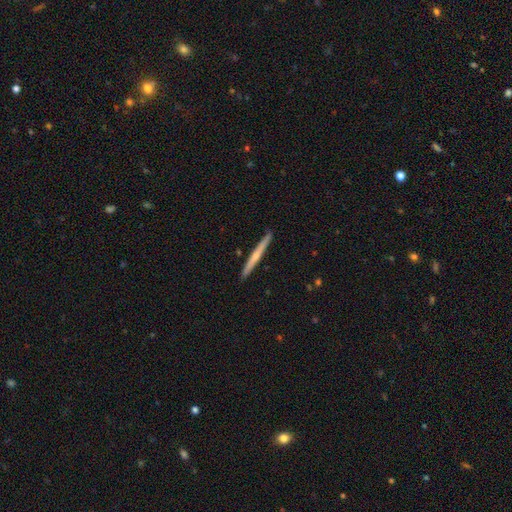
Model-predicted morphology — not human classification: This is possibly a featured or disk galaxy (57%). It is clearly viewed edge-on (98%). Edge-on bulge: possibly rounded (53%). Merging: clearly none (92%).